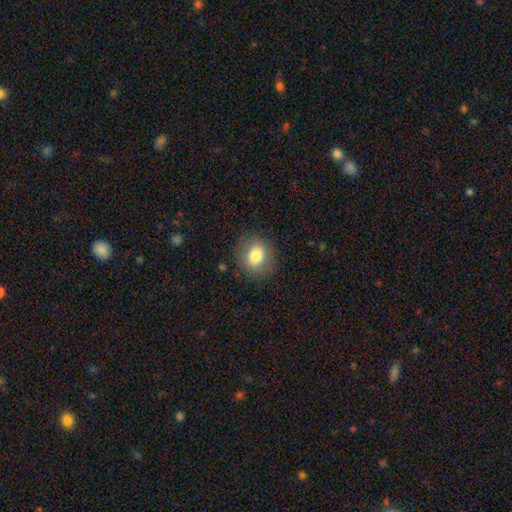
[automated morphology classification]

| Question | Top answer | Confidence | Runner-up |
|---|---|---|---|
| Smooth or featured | smooth | 79% | featured or disk (11%) |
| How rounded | round | 70% | in between (29%) |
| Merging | none | 84% | minor disturbance (11%) |